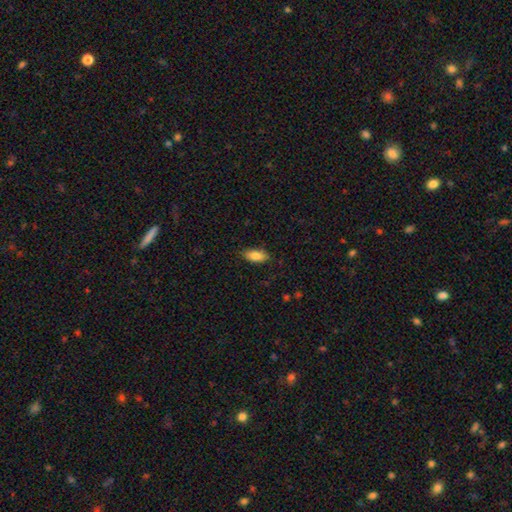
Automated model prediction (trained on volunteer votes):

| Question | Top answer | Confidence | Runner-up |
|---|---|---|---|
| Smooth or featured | smooth | 84% | featured or disk (9%) |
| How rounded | in between | 88% | cigar-shaped (10%) |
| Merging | none | 83% | minor disturbance (13%) |